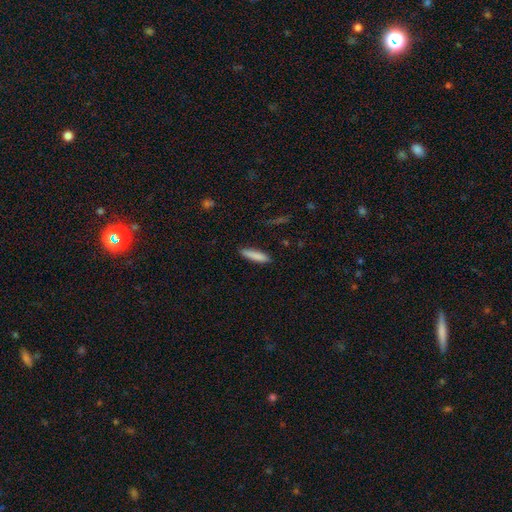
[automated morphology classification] Smooth or featured: smooth — 85% (featured or disk — 9%)
How rounded: cigar-shaped — 83% (in between — 16%)
Merging: none — 87% (minor disturbance — 9%)